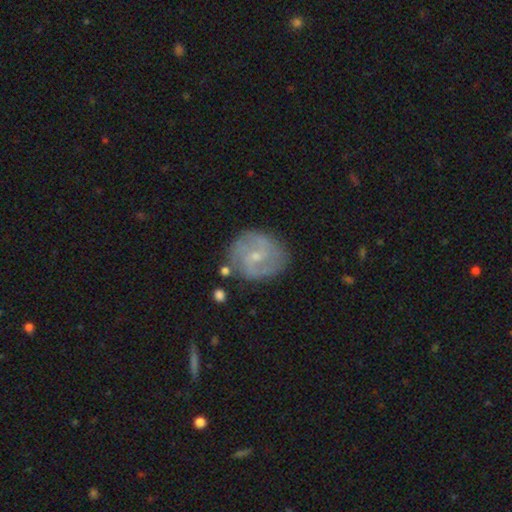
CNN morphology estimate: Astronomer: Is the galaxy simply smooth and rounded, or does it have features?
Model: featured or disk — 74%.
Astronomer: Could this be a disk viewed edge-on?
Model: no — 97%.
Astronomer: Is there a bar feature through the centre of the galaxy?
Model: weak — 51% (runner-up: no, 38%).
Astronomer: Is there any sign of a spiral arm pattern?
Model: yes — 88%.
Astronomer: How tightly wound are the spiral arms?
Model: medium — 47% (runner-up: tight, 33%).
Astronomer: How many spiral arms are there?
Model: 2 — 65%.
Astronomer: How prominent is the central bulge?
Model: small — 67%.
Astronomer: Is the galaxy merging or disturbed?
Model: none — 75%.